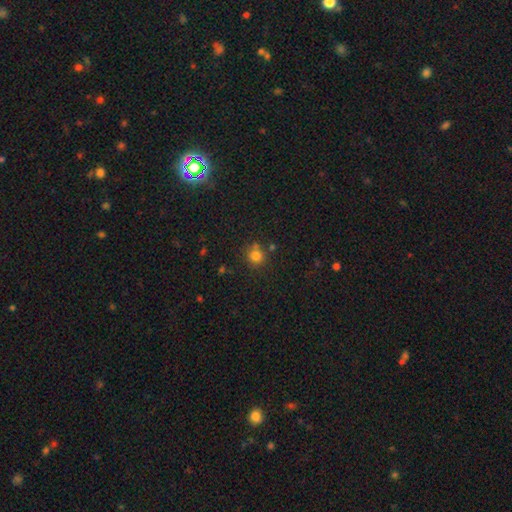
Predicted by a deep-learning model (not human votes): This is likely a smooth galaxy (78%). How rounded: clearly round (90%). Merging: likely none (72%).